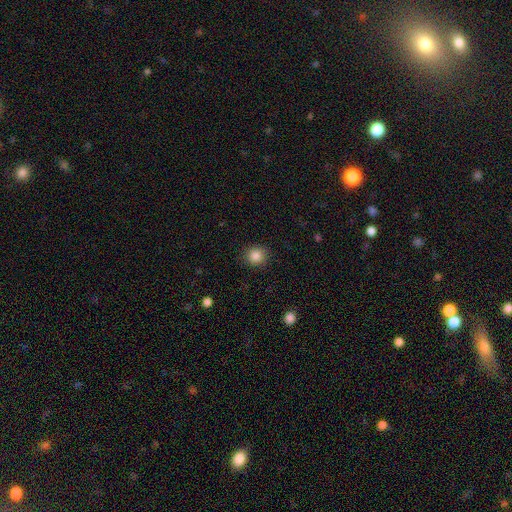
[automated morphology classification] This is clearly a smooth galaxy (86%). How rounded: clearly round (89%). Merging: clearly none (90%).